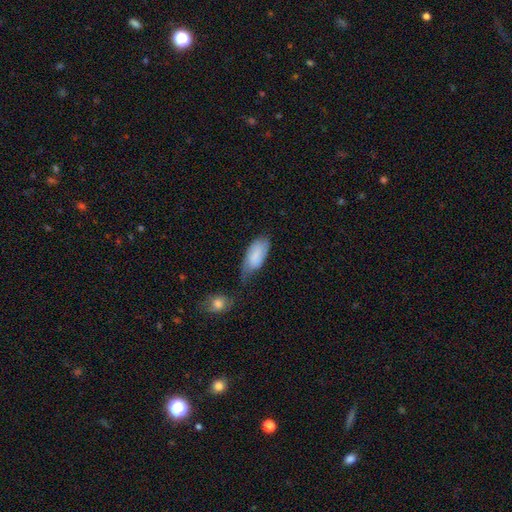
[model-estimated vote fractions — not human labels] smooth 76%, featured or disk 17%, star or artifact 6%. Down the decision tree: how rounded — in between (91%); merging — none (41%).